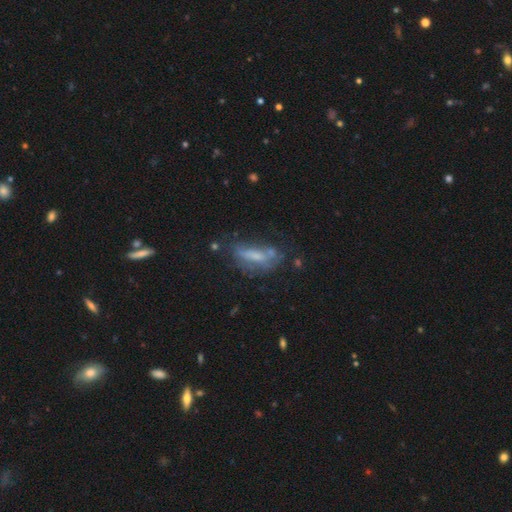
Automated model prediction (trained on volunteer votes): A smooth galaxy with no disk features (47%).

Vote fractions:
- Smooth or featured? smooth: 47% / featured or disk: 41% / star or artifact: 12%
- Merging? none: 46% / minor disturbance: 26% / major disturbance: 20% / merger: 9%